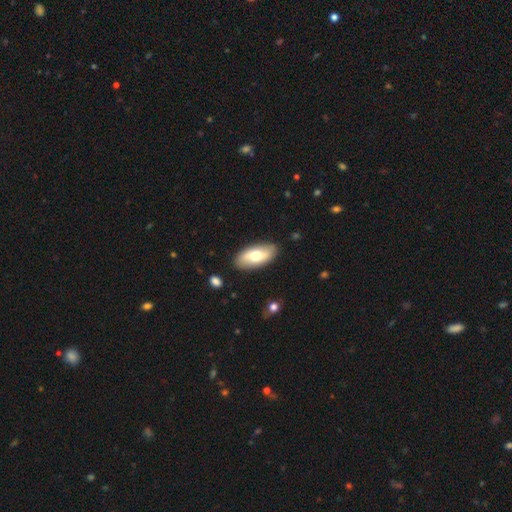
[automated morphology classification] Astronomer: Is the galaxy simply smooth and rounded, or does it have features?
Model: smooth — 63%.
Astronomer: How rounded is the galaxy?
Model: in between — 90%.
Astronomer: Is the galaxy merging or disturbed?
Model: none — 87%.